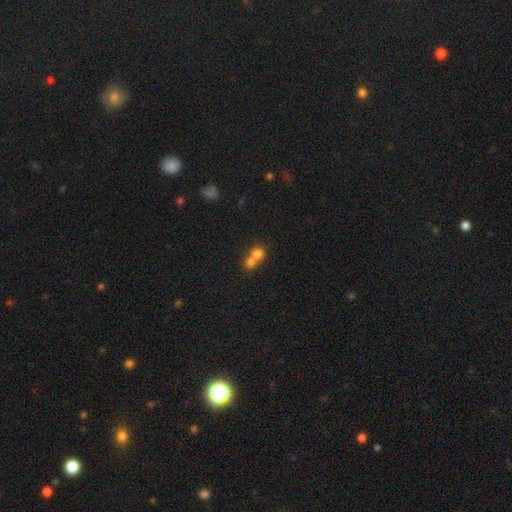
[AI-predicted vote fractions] Smooth or featured?
  - smooth: 75% *
  - featured or disk: 14%
  - star or artifact: 11%
How rounded?
  - round: 77% *
  - in between: 22%
  - cigar-shaped: 1%
Merging?
  - merger: 69% *
  - none: 24%
  - minor disturbance: 4%
  - major disturbance: 2%